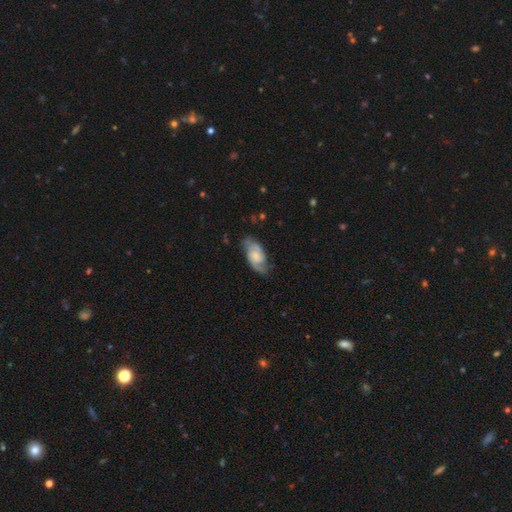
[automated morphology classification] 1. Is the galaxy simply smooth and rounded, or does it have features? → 69% featured or disk, 26% smooth, 6% star or artifact.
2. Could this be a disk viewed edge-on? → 94% no, 6% yes.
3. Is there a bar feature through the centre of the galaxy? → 60% no, 34% weak, 6% strong.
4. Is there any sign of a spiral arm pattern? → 92% yes, 8% no.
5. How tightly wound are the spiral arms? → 47% medium, 32% tight, 21% loose.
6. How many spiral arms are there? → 81% 2, 11% can't tell, 3% 1, 3% 3, 1% 4, 1% more than 4.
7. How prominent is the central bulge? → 46% small, 31% moderate, 15% none, 6% large, 1% dominant.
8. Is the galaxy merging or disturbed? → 70% none, 22% minor disturbance, 7% major disturbance, 1% merger.